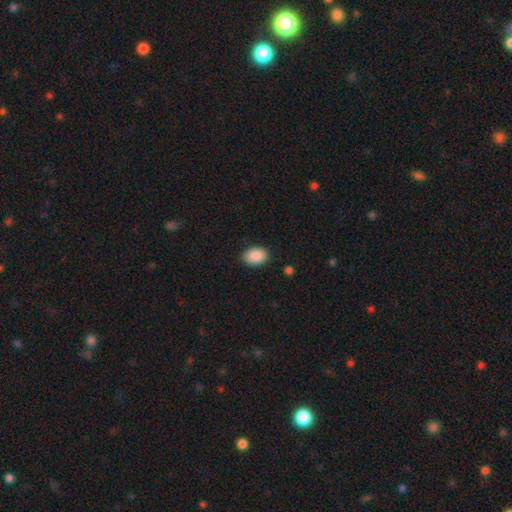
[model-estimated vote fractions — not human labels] This appears to be a smooth galaxy with no disk features (90%) that is in between round and cigar-shaped (82%). Merging: none (88%).